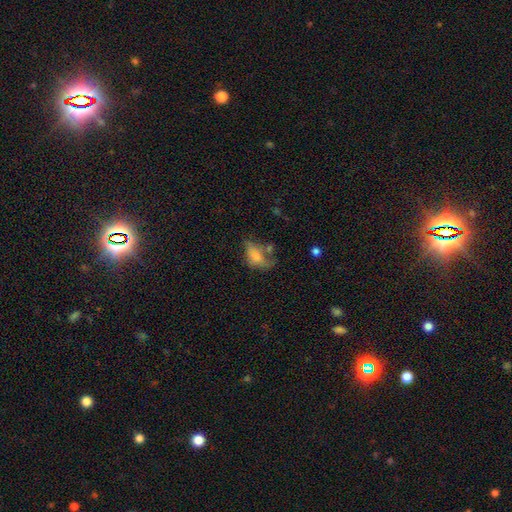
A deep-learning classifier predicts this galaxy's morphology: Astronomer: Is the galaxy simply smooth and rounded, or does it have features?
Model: smooth — 63%.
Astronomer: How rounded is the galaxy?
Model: in between — 84%.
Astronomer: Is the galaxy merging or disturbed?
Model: none — 30% (runner-up: major disturbance, 28%).